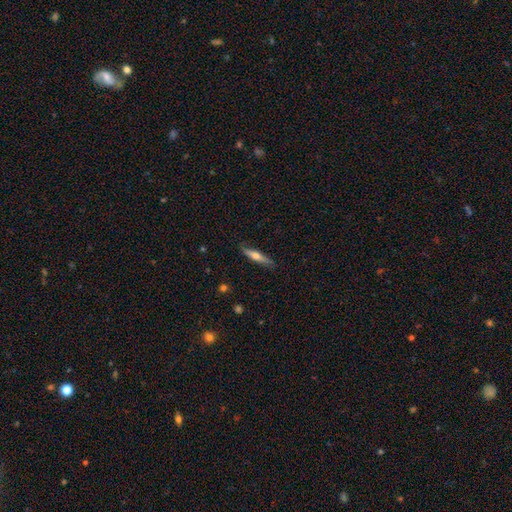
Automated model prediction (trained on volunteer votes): Morphology: type=smooth (48%); merging=none (84%).